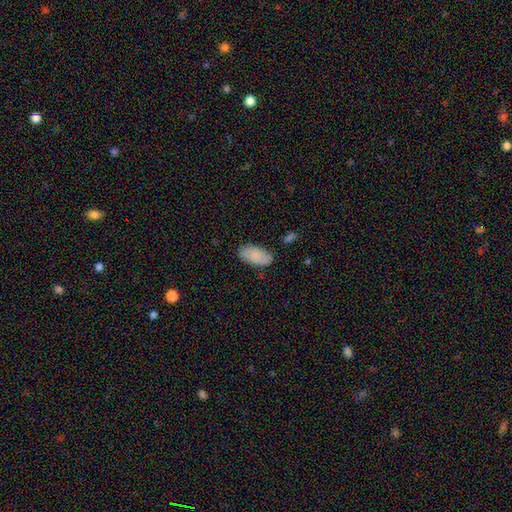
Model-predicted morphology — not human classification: Smooth or featured?
  - smooth: 86% *
  - featured or disk: 8%
  - star or artifact: 7%
How rounded?
  - in between: 93% *
  - cigar-shaped: 5%
  - round: 2%
Merging?
  - none: 79% *
  - minor disturbance: 16%
  - major disturbance: 3%
  - merger: 2%